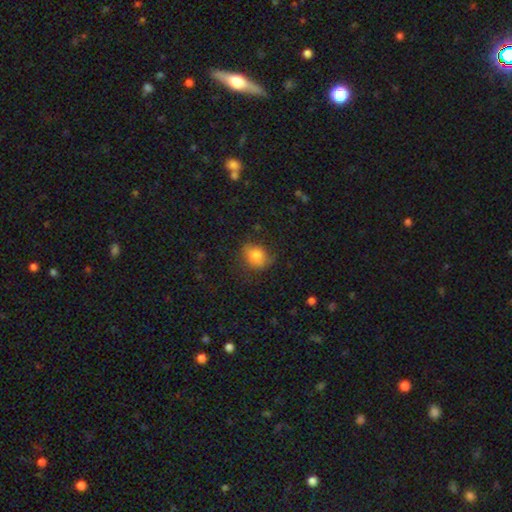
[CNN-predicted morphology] The model was most divided on "how rounded": round: 53%, in between: 46%, cigar-shaped: 1%. More confident: smooth or featured — smooth (78%); merging — none (68%).